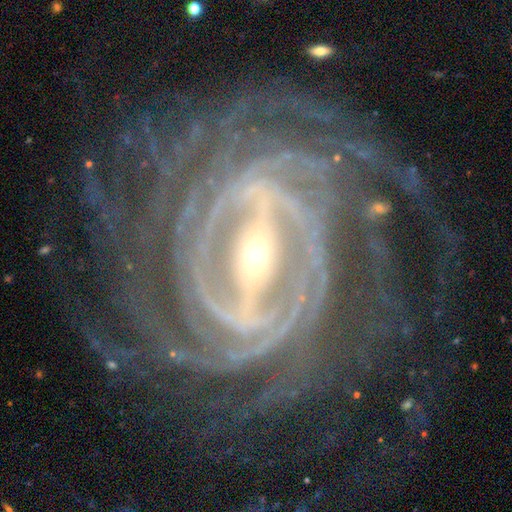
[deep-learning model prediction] Smooth or featured? Predicted: featured or disk (p=0.92). Edge-on disk? Predicted: no (p=0.96). Bar? Predicted: strong (p=0.74). Spiral arms? Predicted: yes (p=0.97). Spiral winding? Predicted: tight (p=0.71). Spiral arm count? Predicted: more than 4 (p=0.27). Bulge size? Predicted: small (p=0.61). Merging? Predicted: none (p=0.66).